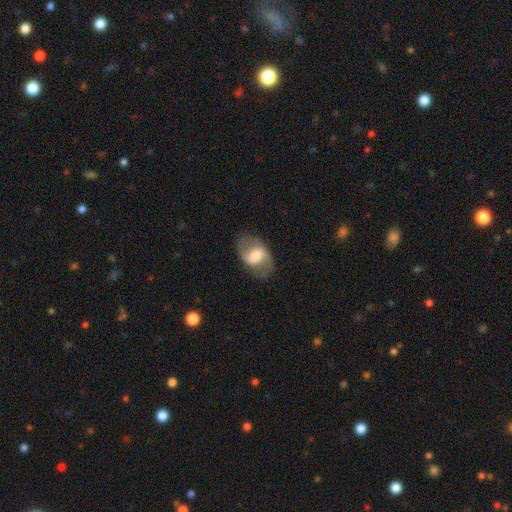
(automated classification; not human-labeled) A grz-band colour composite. It shows a featured or disk galaxy (59%) with a weak bar (45%), spiral arms (76%) and a moderate central bulge (52%). Merging: none (74%).